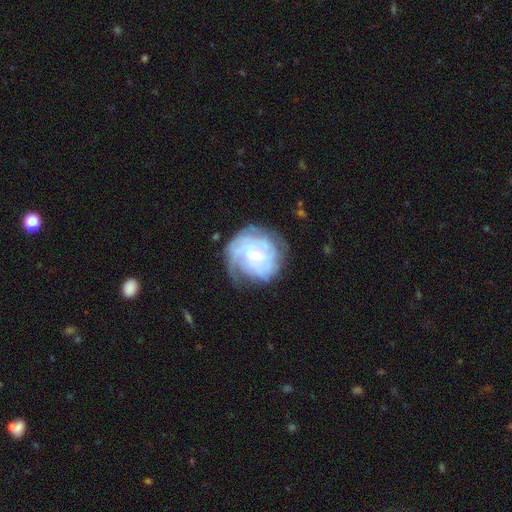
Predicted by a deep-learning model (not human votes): A featured or disk galaxy (78%) with no bar (75%), tight (68%) spiral arms (89%) and a small central bulge (66%).

Vote fractions:
- Smooth or featured? featured or disk: 78% / smooth: 15% / star or artifact: 7%
- Edge-on disk? no: 97% / yes: 3%
- Bar? no: 75% / weak: 20% / strong: 4%
- Spiral arms? yes: 89% / no: 11%
- Spiral winding? tight: 68% / medium: 22% / loose: 9%
- Spiral arm count? can't tell: 48% / 2: 16% / 3: 14% / 4: 10% / 1: 7% / more than 4: 6%
- Bulge size? small: 66% / moderate: 30% / large: 2% / none: 1% / dominant: 1%
- Merging? none: 59% / minor disturbance: 22% / major disturbance: 16% / merger: 2%